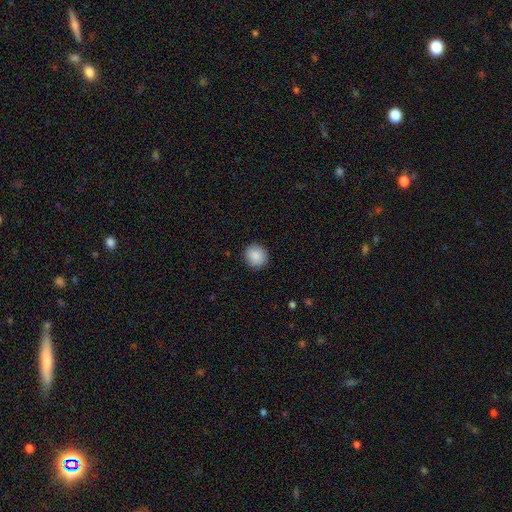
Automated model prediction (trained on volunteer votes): Overall: smooth (89%). How rounded: round (88%). Merging: none (90%).